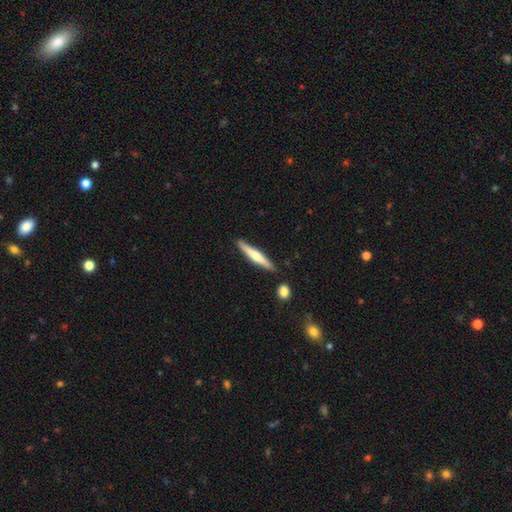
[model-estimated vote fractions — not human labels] A featured or disk galaxy (48%). Merging: none (84%).